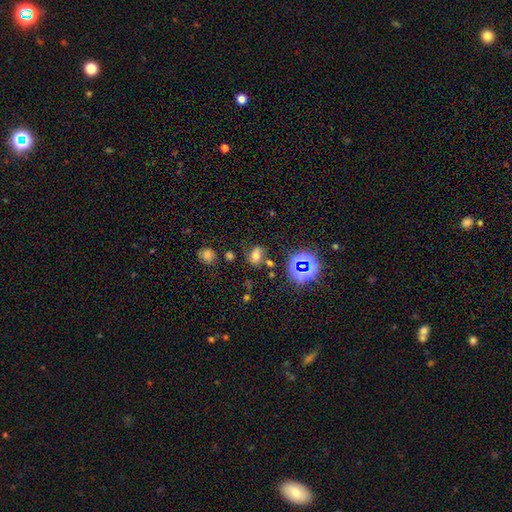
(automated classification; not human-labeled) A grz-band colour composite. It shows a smooth galaxy with no disk features (58%) that is in between round and cigar-shaped (71%). Merging: none (65%).